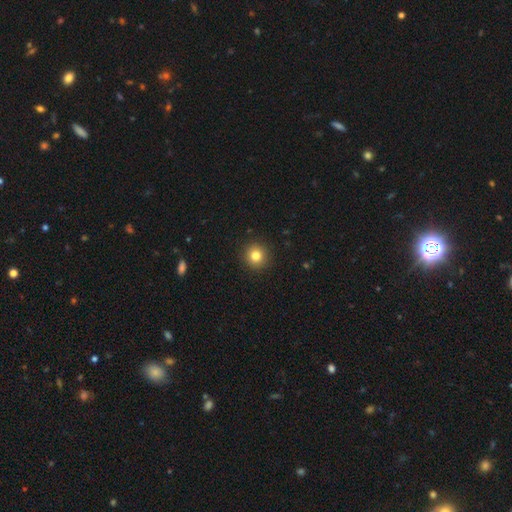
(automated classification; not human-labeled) smooth-or-featured: smooth: 81% | star or artifact: 11% | featured or disk: 7%
  how-rounded: round: 94% | in between: 5% | cigar-shaped: 1%
  merging: none: 92% | minor disturbance: 5% | major disturbance: 2% | merger: 1%